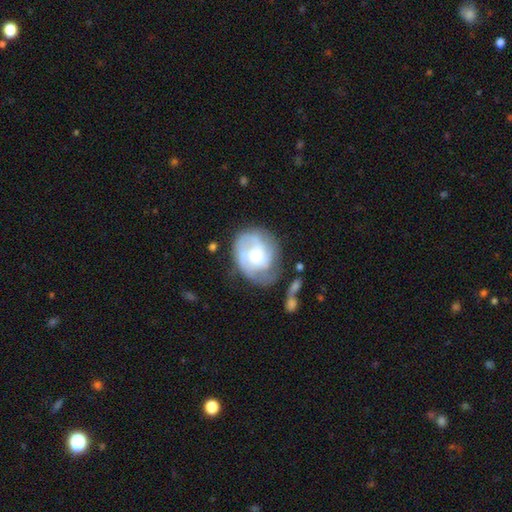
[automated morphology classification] Smooth or featured? Predicted: featured or disk (p=0.72). Edge-on disk? Predicted: no (p=0.98). Bar? Predicted: no (p=0.66). Spiral arms? Predicted: yes (p=0.88). Spiral winding? Predicted: tight (p=0.46). Spiral arm count? Predicted: 2 (p=0.35). Bulge size? Predicted: moderate (p=0.54). Merging? Predicted: none (p=0.55).